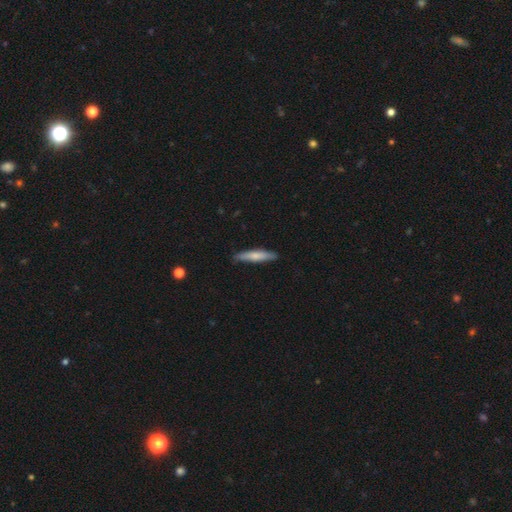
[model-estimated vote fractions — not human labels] This appears to be a smooth galaxy with no disk features (68%) that is cigar-shaped (90%). Merging: none (86%).